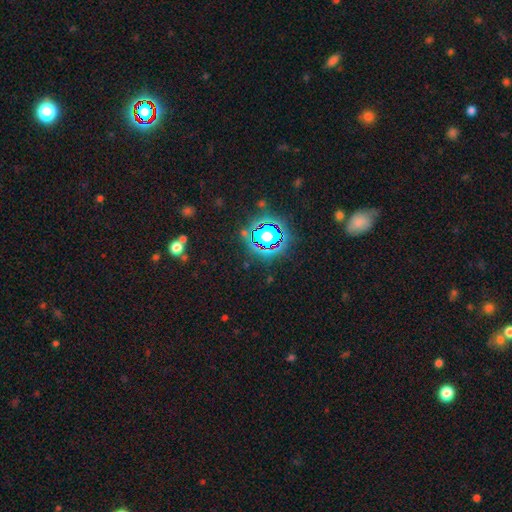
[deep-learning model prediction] Smooth or featured: star or artifact — 81% (smooth — 11%)